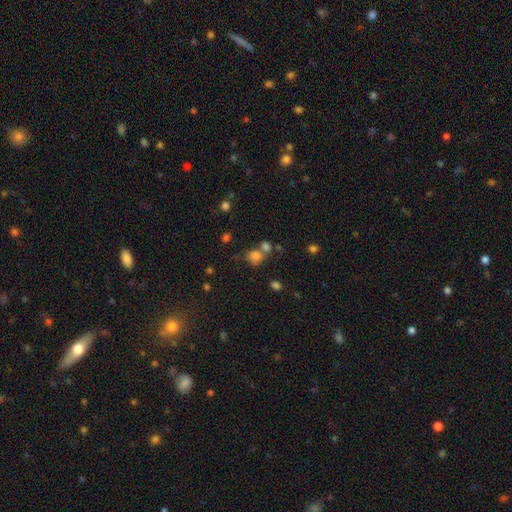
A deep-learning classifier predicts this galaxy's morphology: Overall: smooth (76%). How rounded: round (64%; in between 35%). Merging: none (43%; merger 38%).